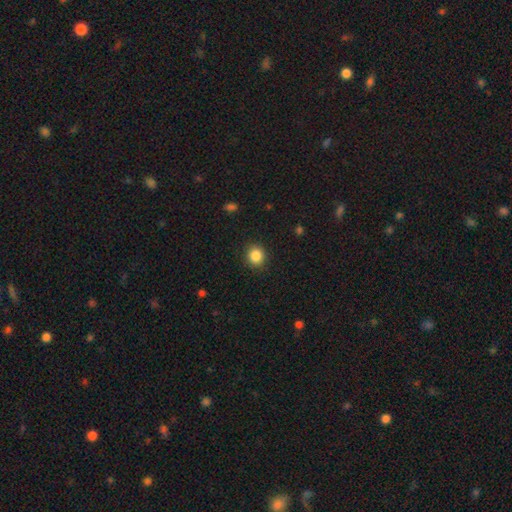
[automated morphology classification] Smooth or featured: smooth — 86% (star or artifact — 10%)
How rounded: round — 84% (in between — 15%)
Merging: none — 90% (minor disturbance — 7%)